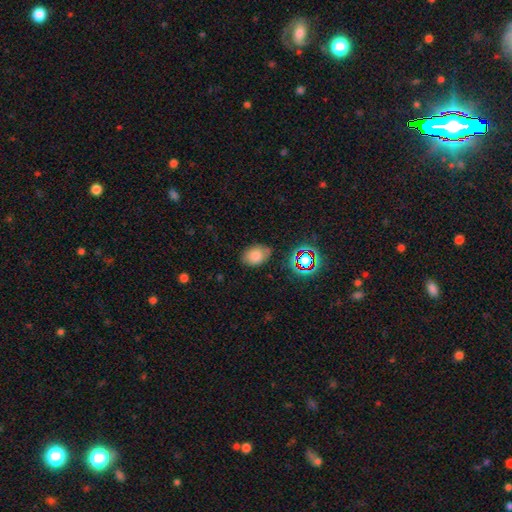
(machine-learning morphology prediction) smooth_or_featured: smooth (p=0.77) [alt: star or artifact p=0.14]
how_rounded: in between (p=0.77) [alt: round p=0.22]
merging: none (p=0.77) [alt: minor disturbance p=0.17]